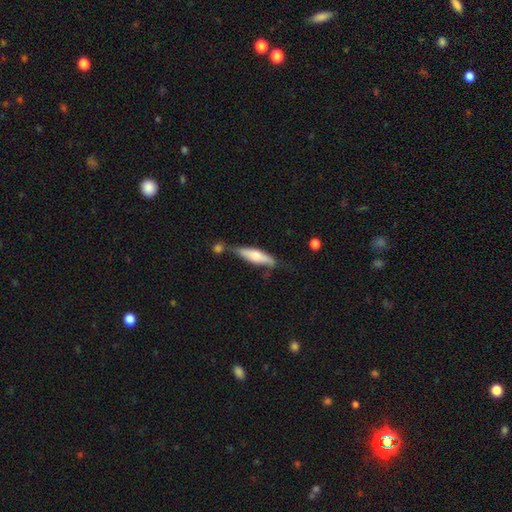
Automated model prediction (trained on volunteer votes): smooth 63%, featured or disk 31%, star or artifact 6%. Down the decision tree: how rounded — cigar-shaped (66%); merging — none (47%).